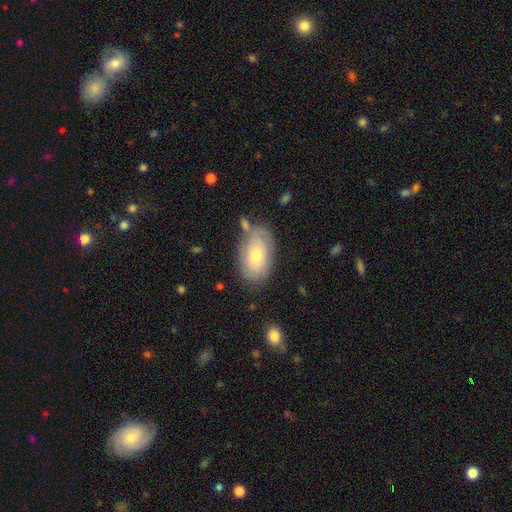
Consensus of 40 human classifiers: Smooth or featured? 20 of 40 (50%) said smooth. How rounded? 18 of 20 (90%) said in between. Merging? 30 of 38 (79%) said none.